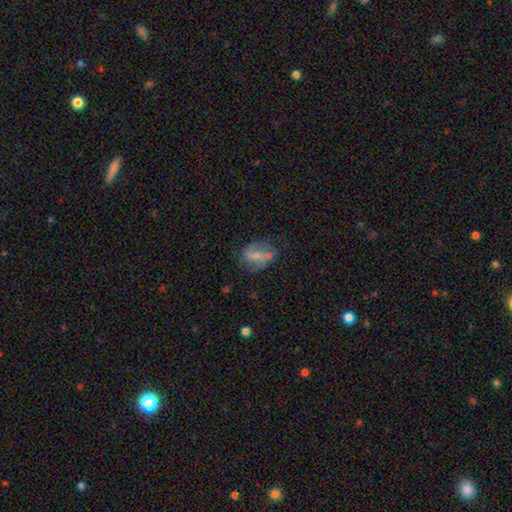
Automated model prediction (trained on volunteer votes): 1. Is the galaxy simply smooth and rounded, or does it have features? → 51% featured or disk, 40% smooth, 9% star or artifact.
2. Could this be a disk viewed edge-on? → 95% no, 5% yes.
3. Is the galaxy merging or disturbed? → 50% none, 24% minor disturbance, 14% major disturbance, 12% merger.